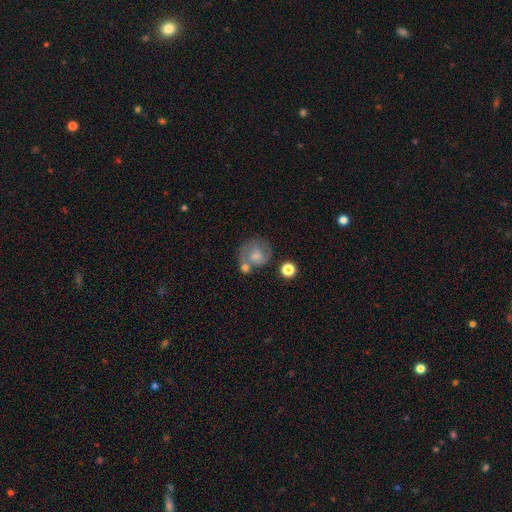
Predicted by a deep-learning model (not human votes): A smooth galaxy with no disk features (59%) that is round (78%). Merging: none (48%).